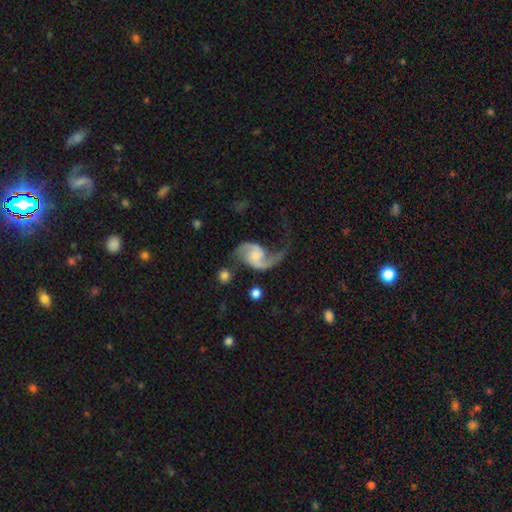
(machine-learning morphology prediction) This is clearly a featured or disk galaxy (88%). It is clearly not viewed edge-on (98%). Bar: possibly no (55%). Spiral arm pattern: clearly yes (96%). Spiral arm count: clearly 2 (85%). Spiral winding: likely loose (65%). Central bulge: marginally small (39%). Merging: possibly none (46%).